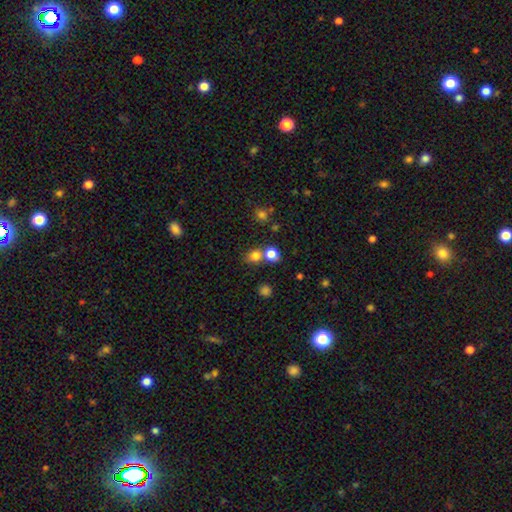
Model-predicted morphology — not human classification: Smooth or featured: smooth — 77% (star or artifact — 16%)
How rounded: round — 73% (in between — 26%)
Merging: none — 56% (merger — 31%)